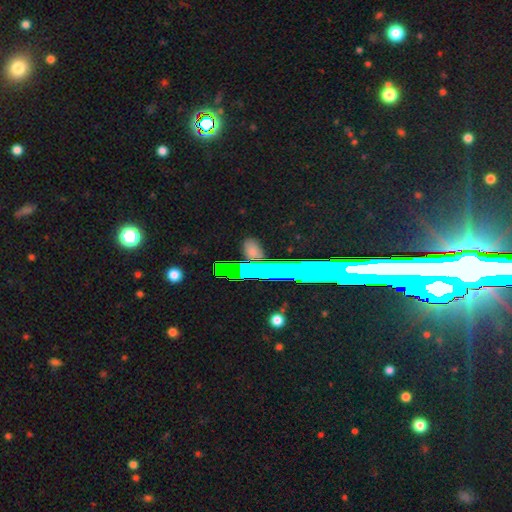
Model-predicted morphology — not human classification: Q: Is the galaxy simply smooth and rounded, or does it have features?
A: star or artifact — 52%.